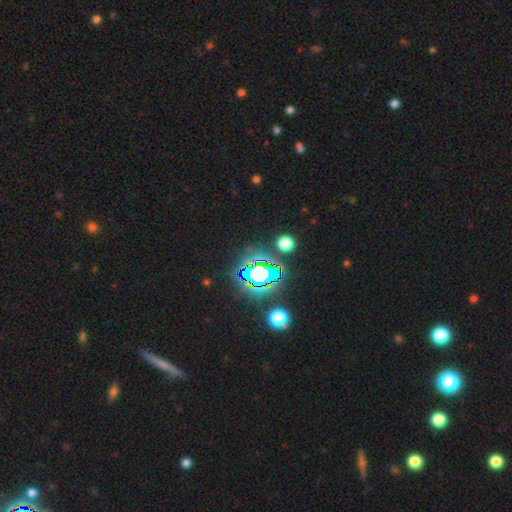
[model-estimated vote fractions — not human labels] Morphology: type=star or artifact (79%).